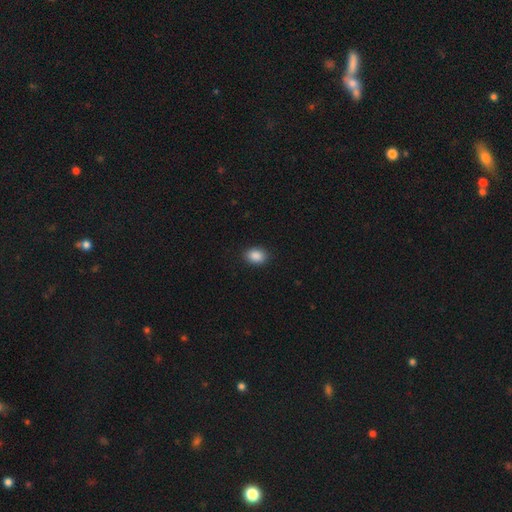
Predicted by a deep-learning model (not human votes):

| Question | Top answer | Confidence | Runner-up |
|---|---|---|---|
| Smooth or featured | smooth | 89% | star or artifact (8%) |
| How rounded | in between | 72% | round (27%) |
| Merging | none | 89% | minor disturbance (8%) |